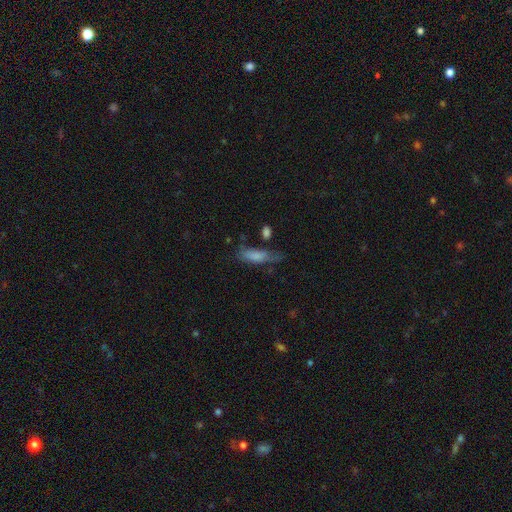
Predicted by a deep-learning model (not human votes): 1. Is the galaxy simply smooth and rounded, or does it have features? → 75% smooth, 16% featured or disk, 8% star or artifact.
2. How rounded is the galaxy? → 53% in between, 45% cigar-shaped, 3% round.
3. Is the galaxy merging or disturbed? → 45% none, 32% minor disturbance, 17% major disturbance, 7% merger.